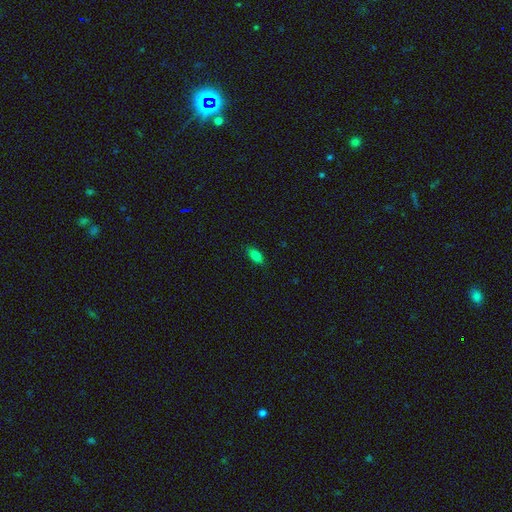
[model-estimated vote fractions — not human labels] Q: Smooth or featured?
A: smooth (83%); runner-up: star or artifact (10%)
Q: How rounded?
A: in between (86%); runner-up: cigar-shaped (11%)
Q: Merging?
A: none (85%); runner-up: minor disturbance (12%)